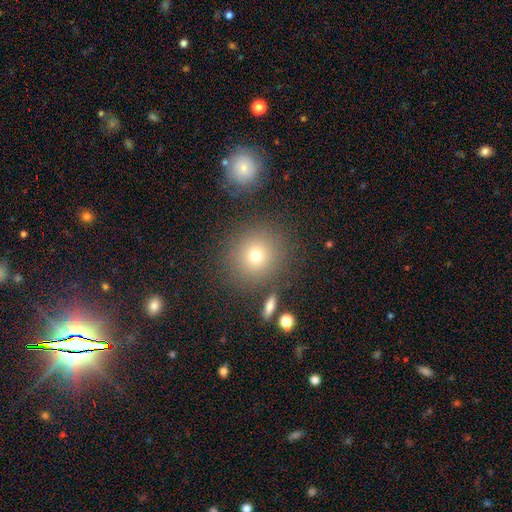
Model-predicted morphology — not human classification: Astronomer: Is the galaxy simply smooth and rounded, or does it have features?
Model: smooth — 73%.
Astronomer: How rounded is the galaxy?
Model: round — 88%.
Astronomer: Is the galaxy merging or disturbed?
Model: none — 83%.